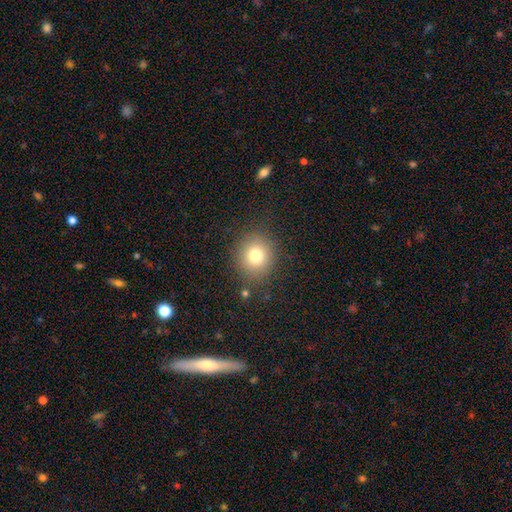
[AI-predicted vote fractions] Overall: smooth (78%). How rounded: round (84%). Merging: none (85%).